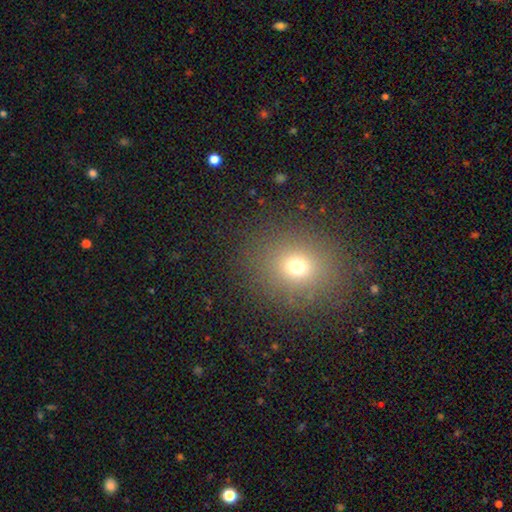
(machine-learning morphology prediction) smooth_or_featured: smooth (p=0.66) [alt: star or artifact p=0.26]
how_rounded: round (p=0.71) [alt: in between p=0.28]
merging: none (p=0.90) [alt: minor disturbance p=0.06]